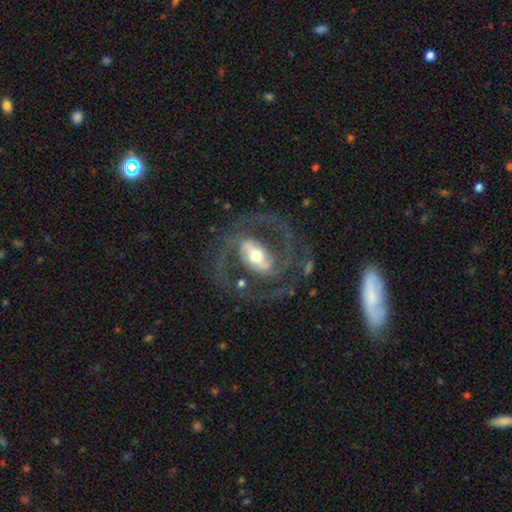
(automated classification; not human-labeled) featured or disk 88%, smooth 7%, star or artifact 5%. Down the decision tree: edge-on disk — no (96%); bar — strong (51%); spiral arms — yes (92%); spiral arm count — 2 (84%); spiral winding — medium (55%); bulge size — moderate (59%); merging — none (71%).